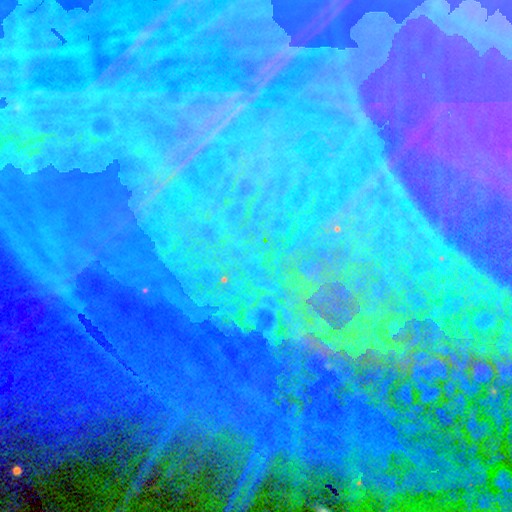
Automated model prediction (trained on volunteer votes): Overall: star or artifact (83%).